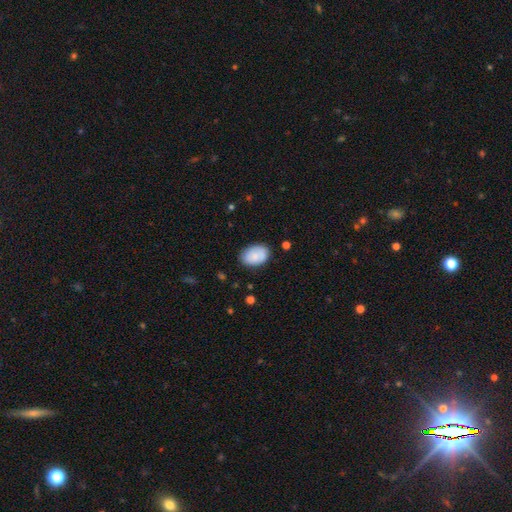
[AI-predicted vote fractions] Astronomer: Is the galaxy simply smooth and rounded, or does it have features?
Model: smooth — 83%.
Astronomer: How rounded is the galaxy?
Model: in between — 87%.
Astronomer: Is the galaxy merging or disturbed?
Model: none — 81%.